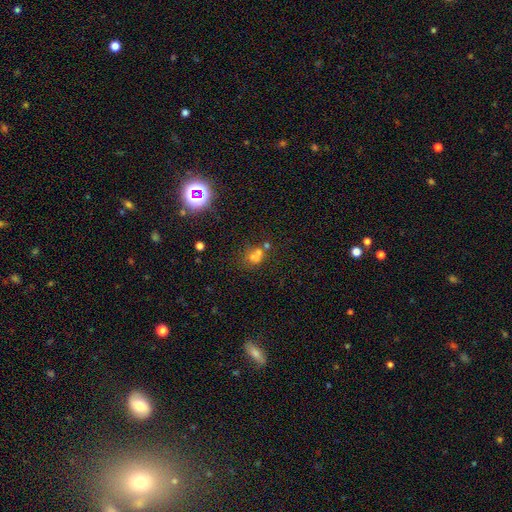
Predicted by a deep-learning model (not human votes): smooth 57%, star or artifact 24%, featured or disk 18%. Down the decision tree: how rounded — round (69%); merging — merger (47%).